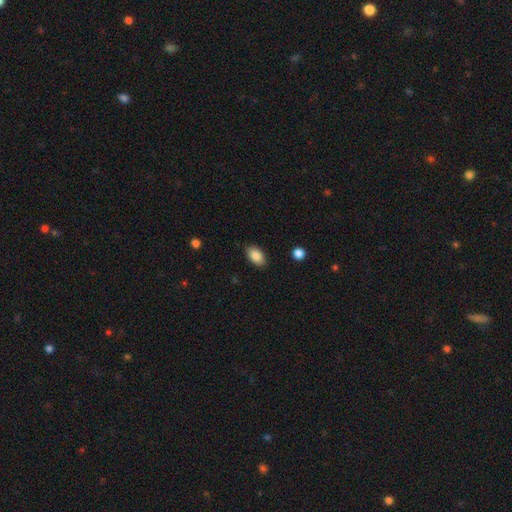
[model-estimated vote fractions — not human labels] Smooth or featured? Predicted: smooth (p=0.88). How rounded? Predicted: in between (p=0.92). Merging? Predicted: none (p=0.87).